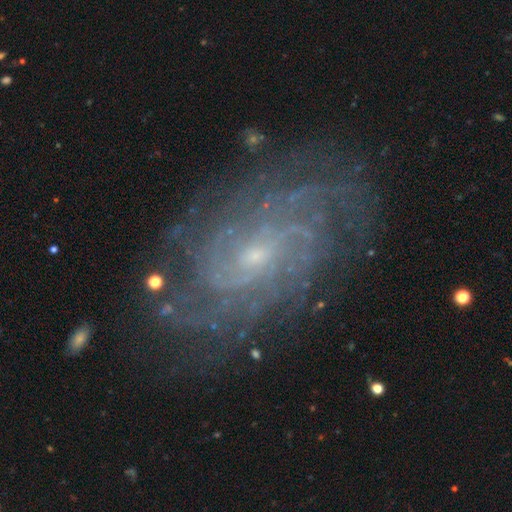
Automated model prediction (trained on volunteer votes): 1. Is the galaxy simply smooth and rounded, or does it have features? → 86% featured or disk, 8% star or artifact, 5% smooth.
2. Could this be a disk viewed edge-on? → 97% no, 3% yes.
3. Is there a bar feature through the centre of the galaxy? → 57% no, 34% weak, 9% strong.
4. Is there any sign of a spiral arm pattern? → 98% yes, 2% no.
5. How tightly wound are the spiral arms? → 76% tight, 19% medium, 4% loose.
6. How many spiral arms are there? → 29% can't tell, 19% more than 4, 17% 4, 13% 2, 12% 3, 9% 1.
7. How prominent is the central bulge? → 79% small, 17% moderate, 2% none, 1% large, 1% dominant.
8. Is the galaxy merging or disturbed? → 83% none, 11% minor disturbance, 4% major disturbance, 1% merger.